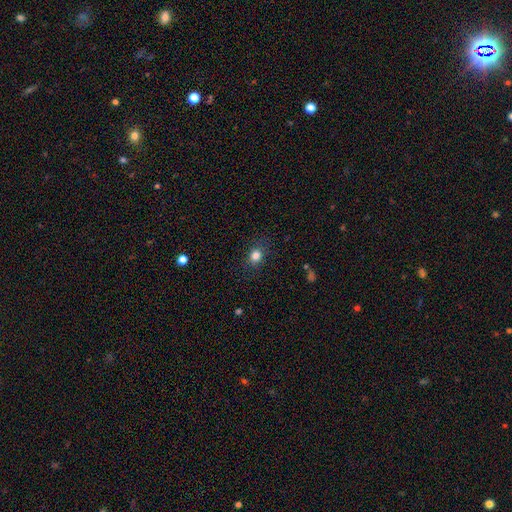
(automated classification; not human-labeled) Smooth or featured? smooth (82%)
How rounded? round (60%)
Merging? none (84%)